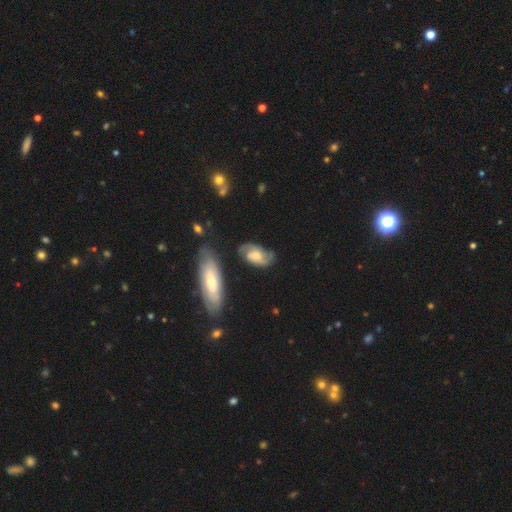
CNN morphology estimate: The model was most divided on "bulge size": moderate: 40%, small: 30%, none: 14%, large: 14%, dominant: 2%. Remaining: edge-on disk — no (95%); spiral arms — yes (91%); smooth or featured — featured or disk (71%); spiral arm count — 2 (70%); merging — none (68%); bar — no (57%); spiral winding — medium (46%).